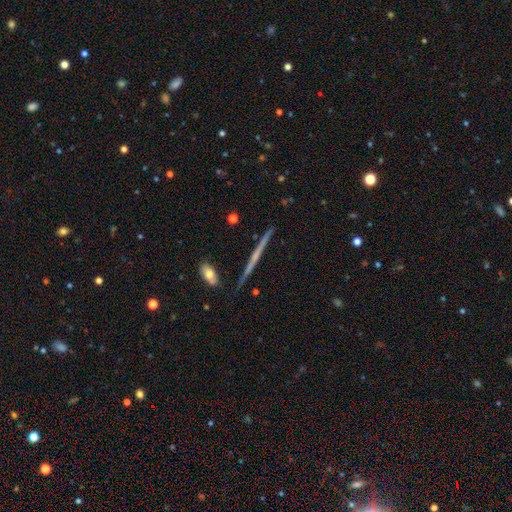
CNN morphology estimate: type=featured or disk (67%); edge-on=yes (98%); edge-on bulge=none (74%); merging=none (91%).